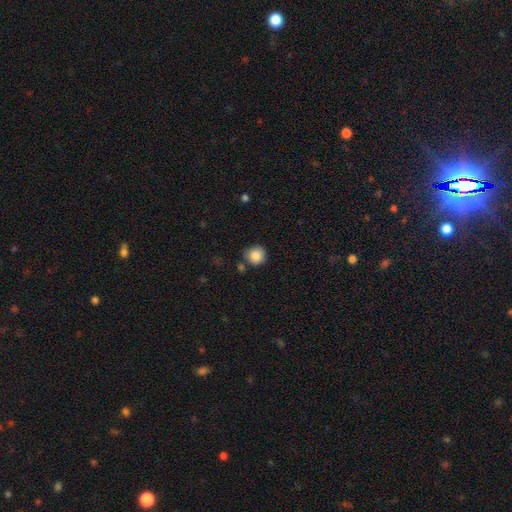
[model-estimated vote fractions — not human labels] Smooth or featured: smooth — 88% (star or artifact — 9%)
How rounded: round — 92% (in between — 7%)
Merging: none — 78% (minor disturbance — 13%)